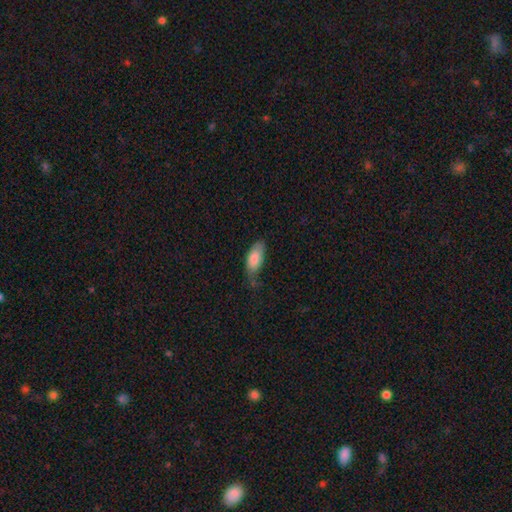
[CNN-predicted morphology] This appears to be a smooth galaxy with no disk features (80%) that is in between round and cigar-shaped (84%). Merging: none (48%).